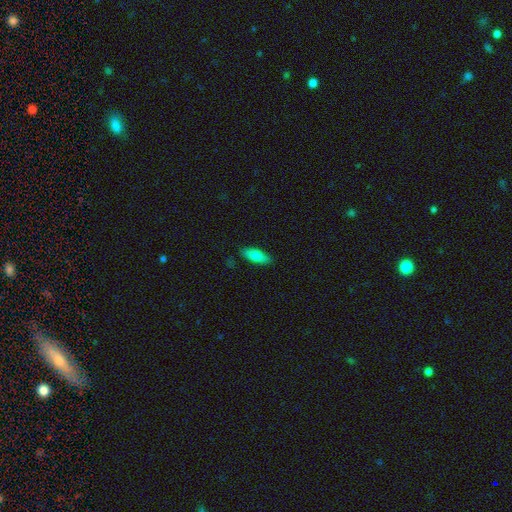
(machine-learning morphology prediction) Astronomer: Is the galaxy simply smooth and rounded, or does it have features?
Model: smooth — 75%.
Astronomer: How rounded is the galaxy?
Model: in between — 67%.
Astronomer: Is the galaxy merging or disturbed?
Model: none — 87%.